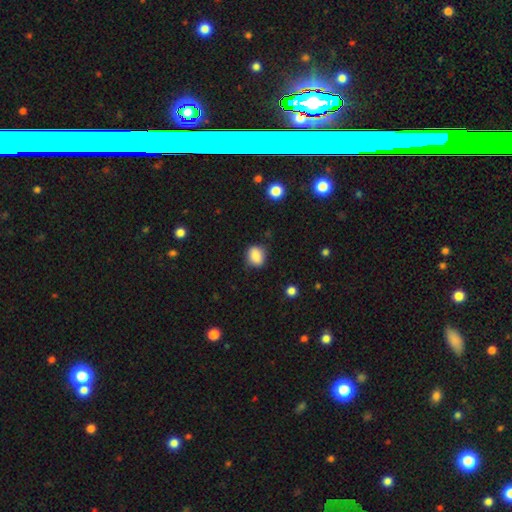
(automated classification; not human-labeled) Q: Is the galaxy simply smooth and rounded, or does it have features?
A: smooth — 86%.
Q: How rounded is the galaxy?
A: round — 54%.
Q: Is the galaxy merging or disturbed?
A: none — 79%.